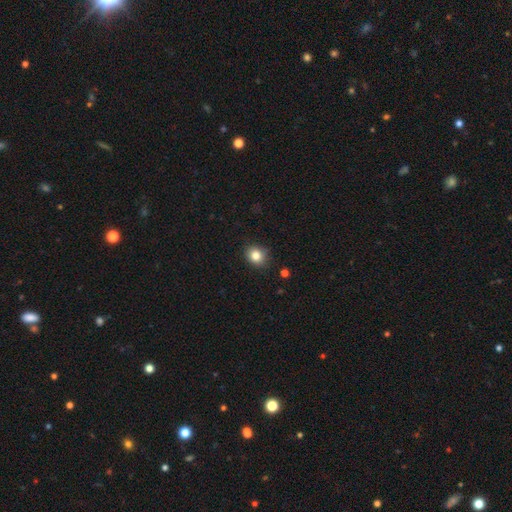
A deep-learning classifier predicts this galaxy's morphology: smooth_or_featured: smooth (p=0.83) [alt: star or artifact p=0.11]
how_rounded: round (p=0.69) [alt: in between p=0.30]
merging: none (p=0.86) [alt: minor disturbance p=0.11]